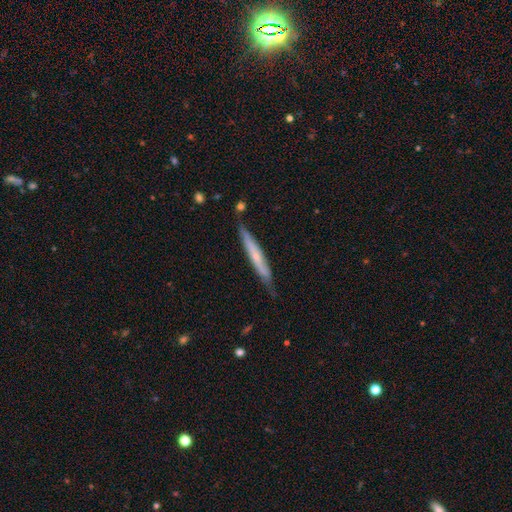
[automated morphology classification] Smooth or featured: featured or disk — 52% (smooth — 43%)
Edge-on disk: yes — 89% (no — 11%)
Merging: none — 76% (minor disturbance — 18%)